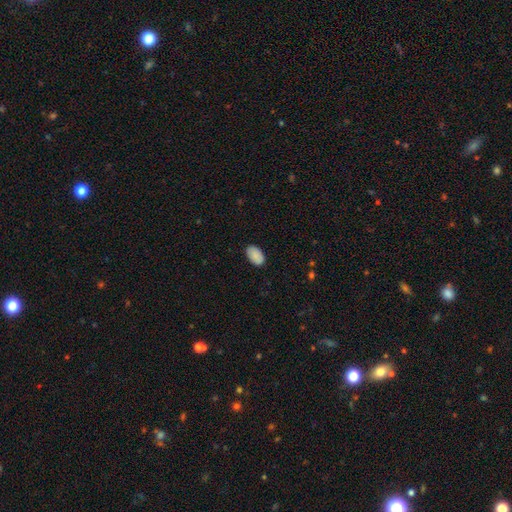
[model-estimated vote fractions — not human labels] smooth_or_featured: smooth (p=0.89) [alt: star or artifact p=0.07]
how_rounded: in between (p=0.94) [alt: round p=0.05]
merging: none (p=0.87) [alt: minor disturbance p=0.10]